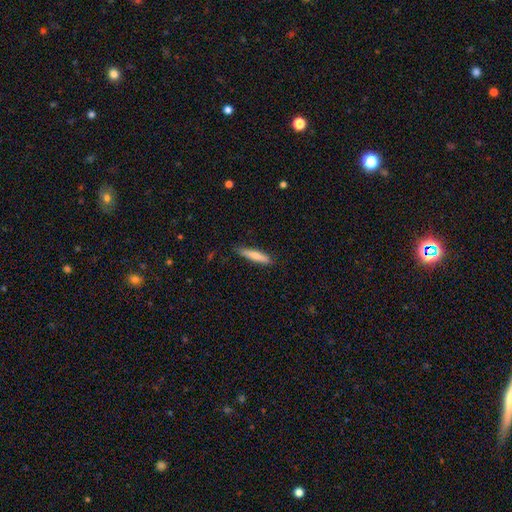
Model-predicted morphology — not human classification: Q: Smooth or featured?
A: smooth (76%); runner-up: featured or disk (18%)
Q: How rounded?
A: cigar-shaped (87%); runner-up: in between (12%)
Q: Merging?
A: none (84%); runner-up: minor disturbance (13%)